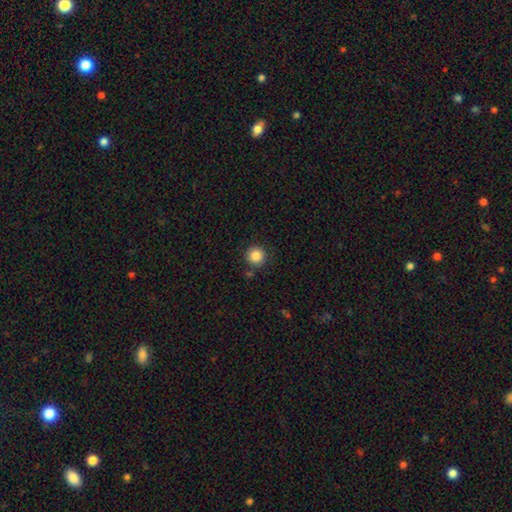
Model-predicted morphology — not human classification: smooth-or-featured: smooth: 87% | star or artifact: 10% | featured or disk: 3%
  how-rounded: round: 95% | in between: 4% | cigar-shaped: 1%
  merging: none: 84% | minor disturbance: 9% | merger: 4% | major disturbance: 3%